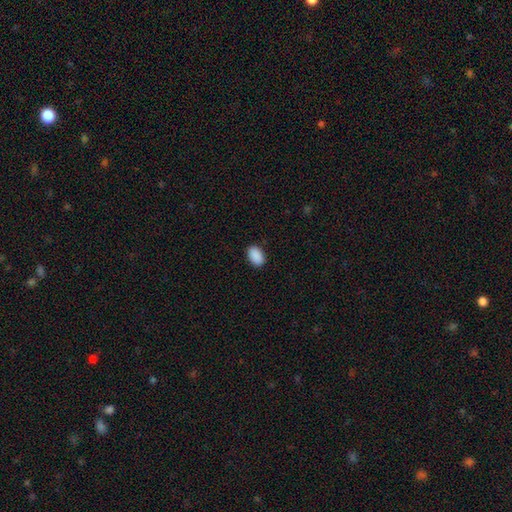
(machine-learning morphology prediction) smooth 91%, star or artifact 7%, featured or disk 2%. Down the decision tree: how rounded — in between (89%); merging — none (89%).